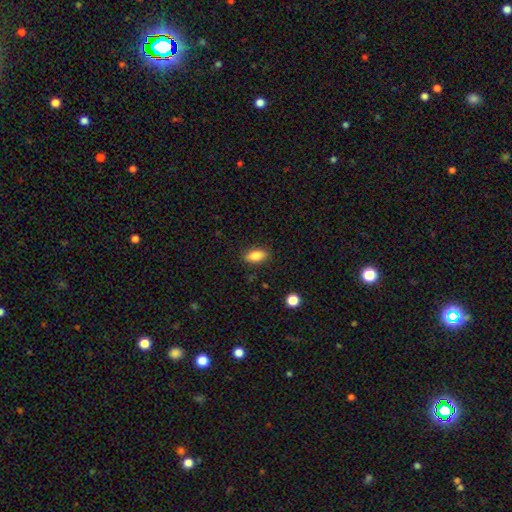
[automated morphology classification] The model was most divided on "smooth or featured": smooth: 83%, featured or disk: 9%, star or artifact: 8%. More confident: merging — none (87%); how rounded — in between (87%).